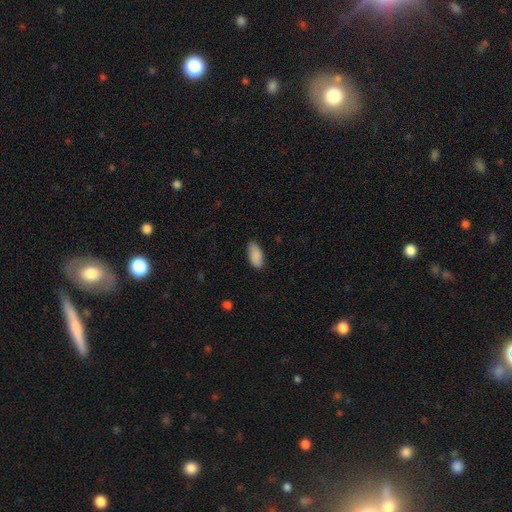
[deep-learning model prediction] This appears to be a smooth galaxy with no disk features (89%) that is in between round and cigar-shaped (91%). Merging: none (82%).